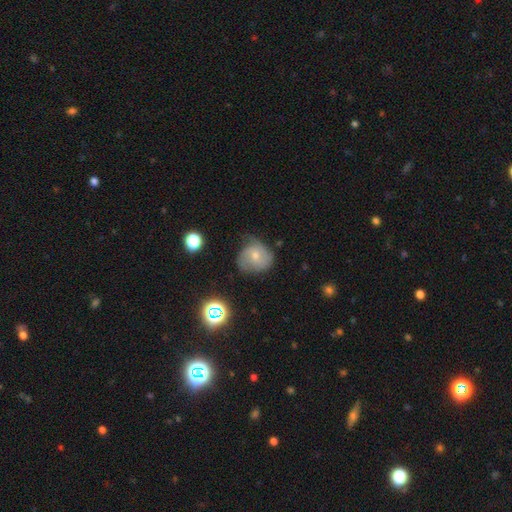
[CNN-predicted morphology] The model was most divided on "bulge size": small: 53%, moderate: 42%, none: 2%, large: 2%, dominant: 1%. Remaining: edge-on disk — no (97%); spiral arms — yes (82%); bar — no (68%); smooth or featured — featured or disk (52%); merging — none (47%).